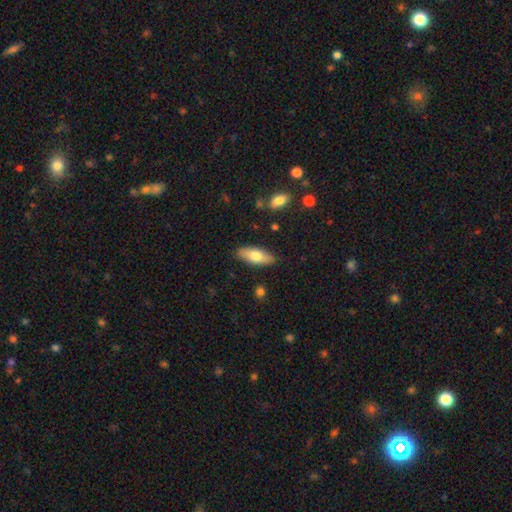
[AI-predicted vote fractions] Overall: smooth (69%). How rounded: in between (75%). Merging: none (87%).